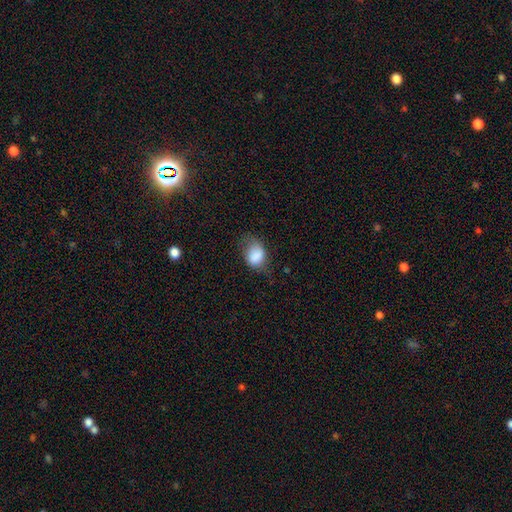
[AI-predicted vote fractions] smooth 82%, featured or disk 10%, star or artifact 8%. Down the decision tree: how rounded — in between (65%); merging — none (43%).